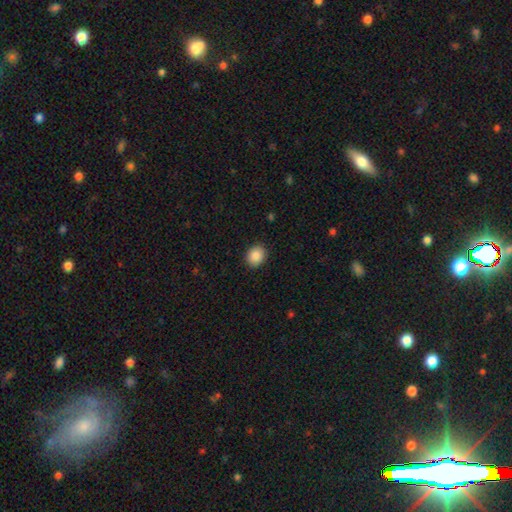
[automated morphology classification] smooth 89%, star or artifact 8%, featured or disk 3%. Down the decision tree: how rounded — round (58%); merging — none (90%).